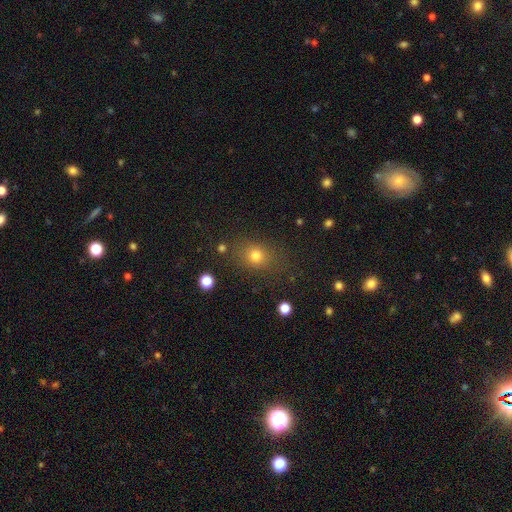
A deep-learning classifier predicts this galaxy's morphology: This is likely a smooth galaxy (76%). How rounded: possibly round (55%). Merging: likely none (79%).